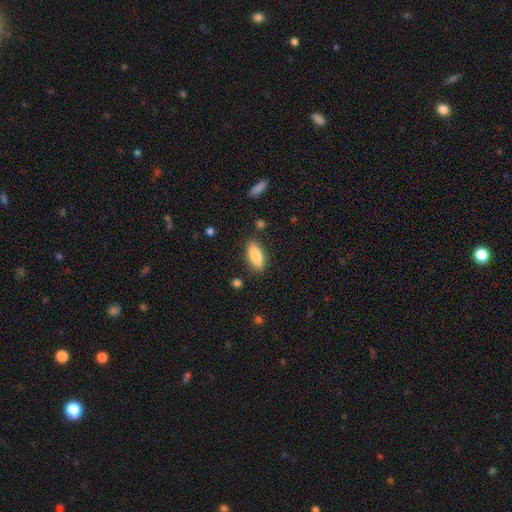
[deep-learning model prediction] The model was most divided on "how rounded": in between: 78%, cigar-shaped: 20%, round: 2%. More confident: smooth or featured — smooth (86%); merging — none (84%).